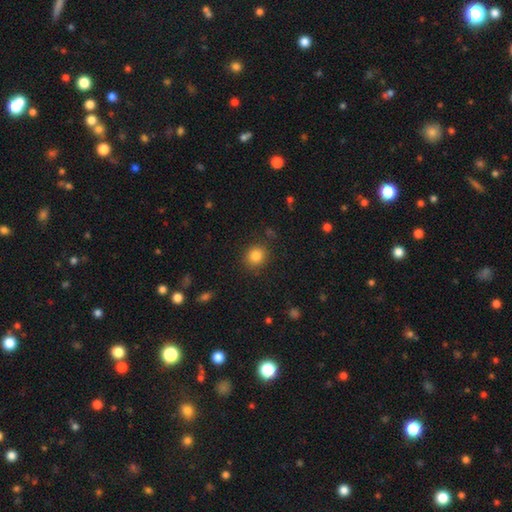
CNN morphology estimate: smooth_or_featured: smooth (p=0.85) [alt: star or artifact p=0.10]
how_rounded: round (p=0.83) [alt: in between p=0.17]
merging: none (p=0.87) [alt: minor disturbance p=0.08]